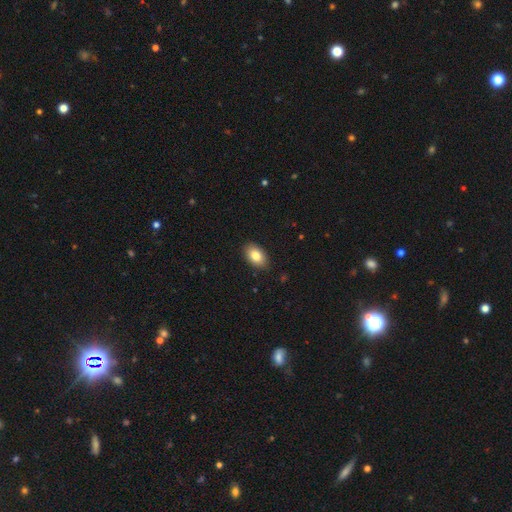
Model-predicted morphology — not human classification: The model was most divided on "smooth or featured": smooth: 83%, featured or disk: 9%, star or artifact: 7%. More confident: how rounded — in between (90%); merging — none (88%).